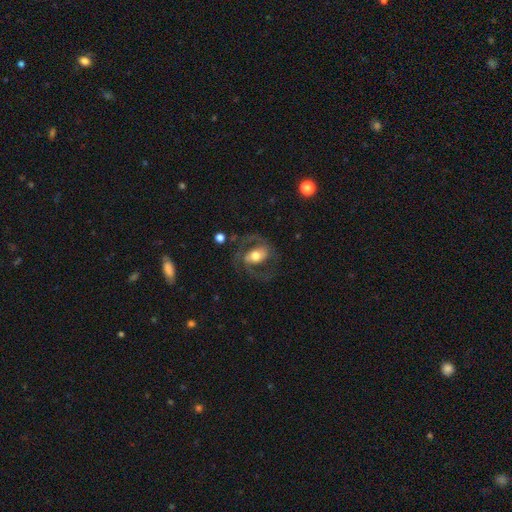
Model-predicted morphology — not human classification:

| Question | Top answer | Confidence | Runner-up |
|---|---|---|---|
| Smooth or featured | featured or disk | 76% | smooth (17%) |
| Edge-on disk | no | 96% | yes (4%) |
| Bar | no | 39% | weak (36%) |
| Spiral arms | yes | 87% | no (13%) |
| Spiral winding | medium | 57% | loose (24%) |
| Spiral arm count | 2 | 89% | can't tell (4%) |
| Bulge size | moderate | 63% | large (25%) |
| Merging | none | 65% | major disturbance (17%) |